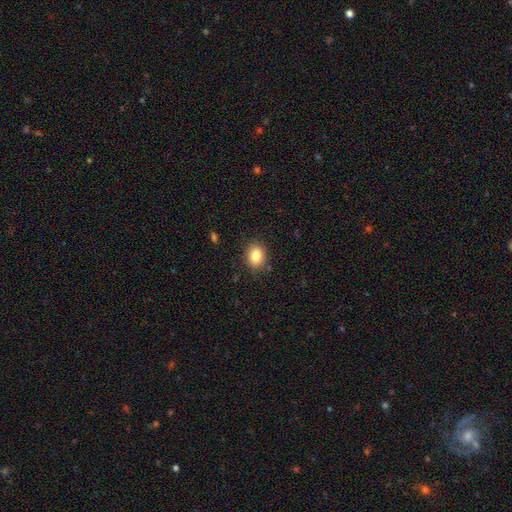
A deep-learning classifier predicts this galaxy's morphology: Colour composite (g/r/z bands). It shows a smooth galaxy with no disk features (83%) that is in between round and cigar-shaped (50%). Merging: none (86%).